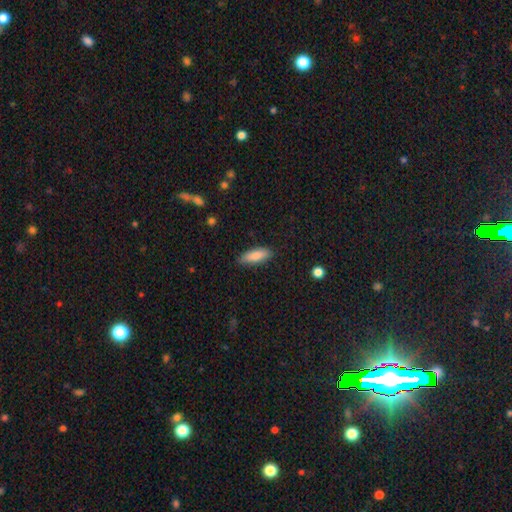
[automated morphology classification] Smooth or featured: smooth — 86% (featured or disk — 8%)
How rounded: in between — 60% (cigar-shaped — 38%)
Merging: none — 86% (minor disturbance — 11%)